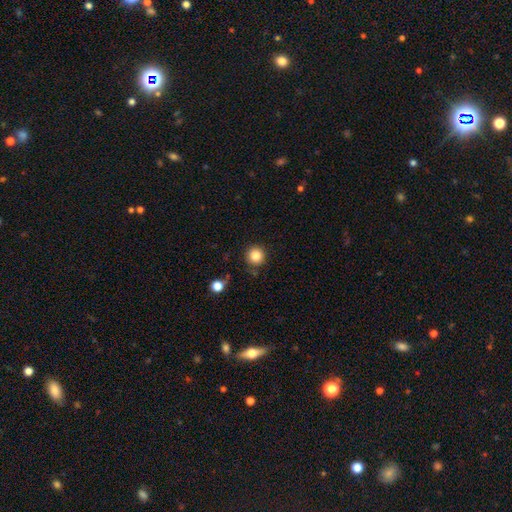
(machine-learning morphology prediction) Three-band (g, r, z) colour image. It shows a smooth galaxy with no disk features (84%) that is round (95%). Merging: none (87%).